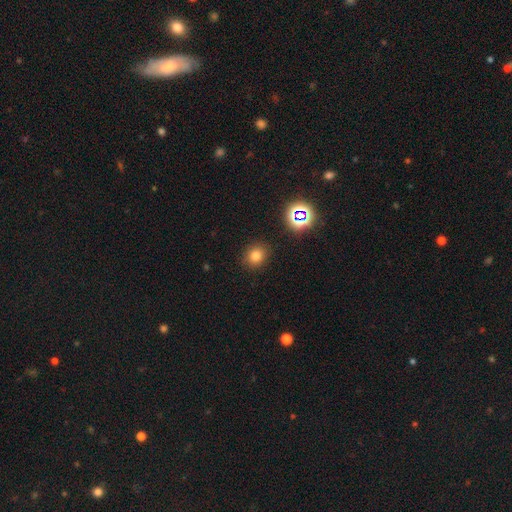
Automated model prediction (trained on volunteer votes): smooth-or-featured: smooth: 76% | star or artifact: 18% | featured or disk: 7%
  how-rounded: round: 76% | in between: 23% | cigar-shaped: 1%
  merging: none: 89% | minor disturbance: 7% | major disturbance: 3% | merger: 1%